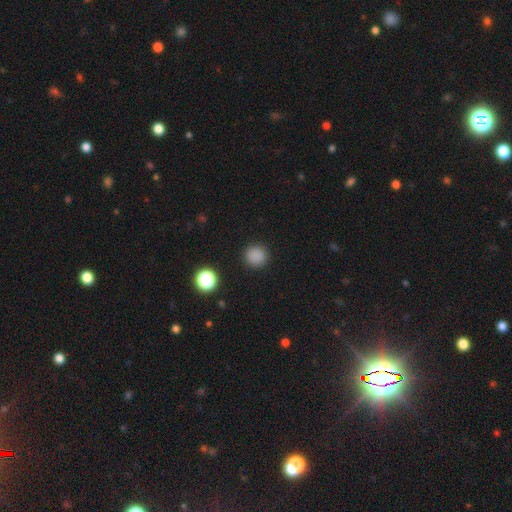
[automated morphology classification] smooth-or-featured: smooth: 84% | star or artifact: 13% | featured or disk: 3%
  how-rounded: round: 93% | in between: 6% | cigar-shaped: 1%
  merging: none: 91% | minor disturbance: 6% | major disturbance: 2% | merger: 1%